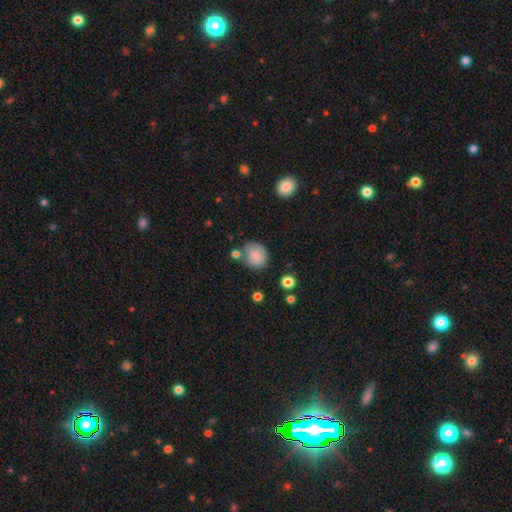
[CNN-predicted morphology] Smooth or featured: smooth — 84% (star or artifact — 9%)
How rounded: round — 68% (in between — 31%)
Merging: none — 65% (minor disturbance — 20%)